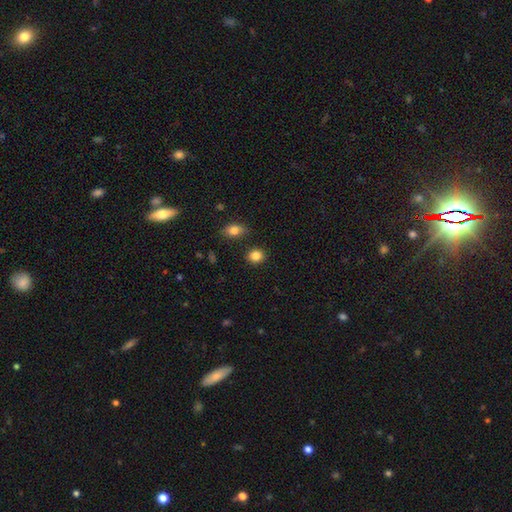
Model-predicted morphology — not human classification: smooth 86%, star or artifact 10%, featured or disk 4%. Down the decision tree: how rounded — round (71%); merging — none (86%).